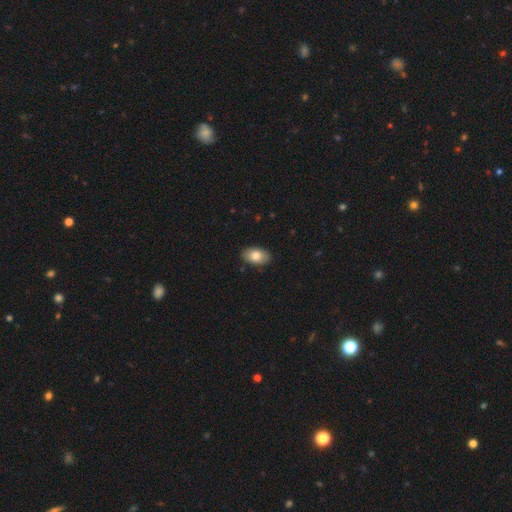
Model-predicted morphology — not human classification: This is clearly a smooth galaxy (81%). How rounded: clearly in between (92%). Merging: clearly none (89%).